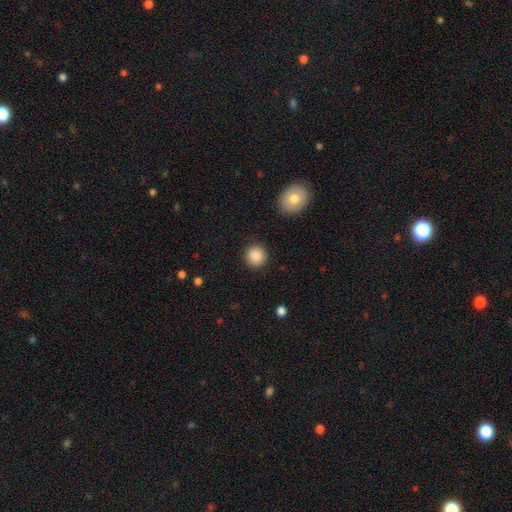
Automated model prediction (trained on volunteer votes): Morphology: type=smooth (88%); roundness=round (93%); merging=none (91%).